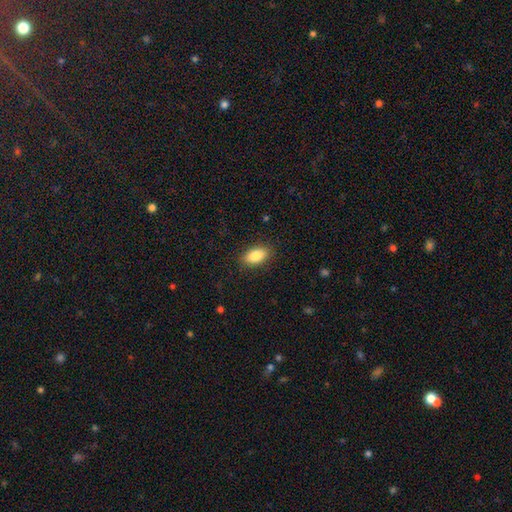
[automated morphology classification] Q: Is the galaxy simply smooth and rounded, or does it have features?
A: smooth — 86%.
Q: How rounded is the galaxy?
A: in between — 92%.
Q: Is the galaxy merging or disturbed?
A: none — 88%.